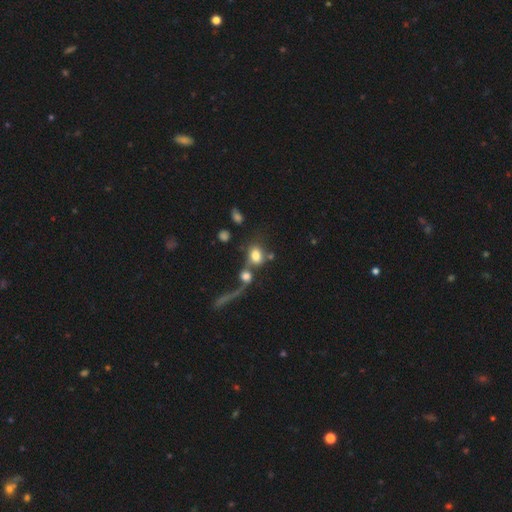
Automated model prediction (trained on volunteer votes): smooth 74%, featured or disk 15%, star or artifact 11%. Down the decision tree: how rounded — in between (59%); merging — merger (48%).